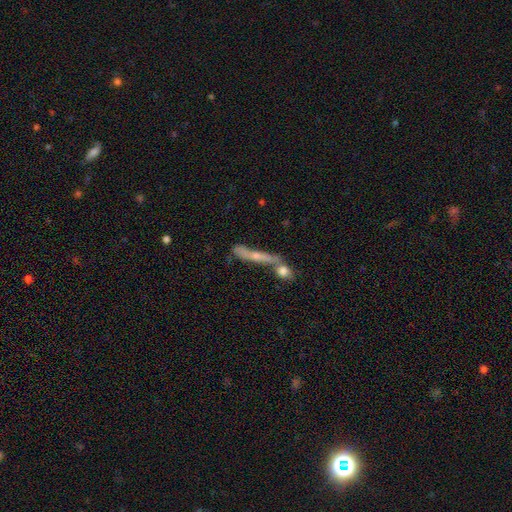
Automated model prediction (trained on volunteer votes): smooth_or_featured: featured or disk (p=0.47) [alt: smooth p=0.42]
merging: merger (p=0.41) [alt: none p=0.38]